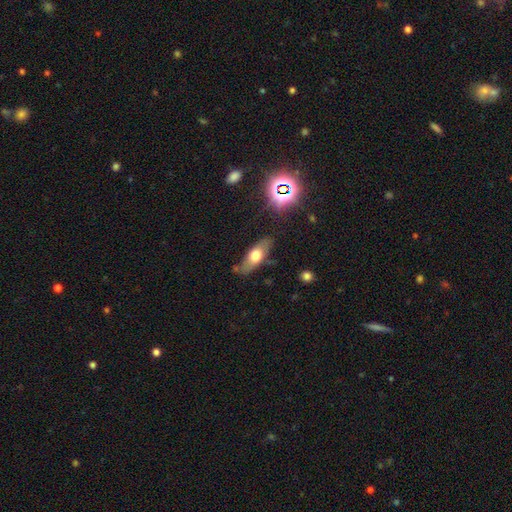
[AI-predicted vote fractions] A smooth galaxy with no disk features (58%) that is in between round and cigar-shaped (72%).

Vote fractions:
- Smooth or featured? smooth: 58% / featured or disk: 34% / star or artifact: 9%
- How rounded? in between: 72% / cigar-shaped: 24% / round: 4%
- Merging? none: 75% / minor disturbance: 17% / major disturbance: 4% / merger: 3%